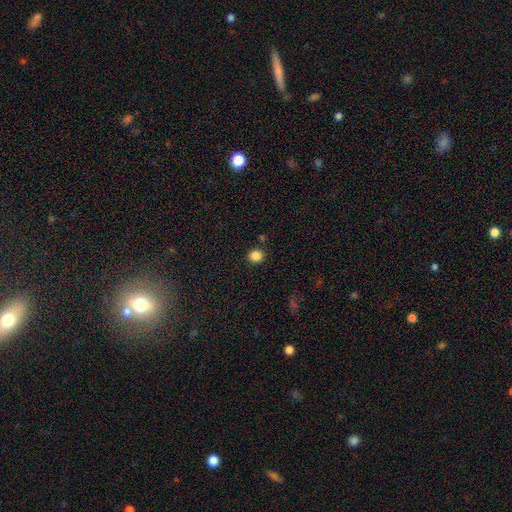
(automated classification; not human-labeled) Morphology: type=smooth (85%); roundness=round (83%); merging=none (89%).